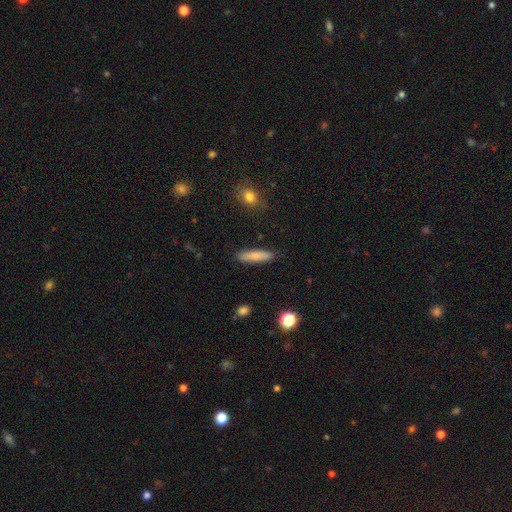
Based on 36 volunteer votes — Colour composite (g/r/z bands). It shows a smooth galaxy with no disk features (83%) that is cigar-shaped (80%). Merging: none (91%).